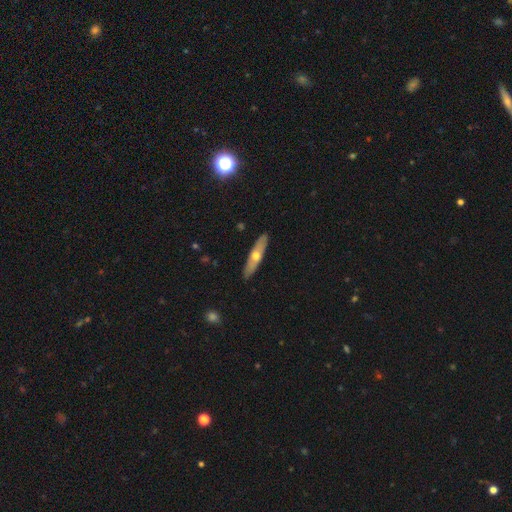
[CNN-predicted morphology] Q: Smooth or featured?
A: featured or disk (51%); runner-up: smooth (43%)
Q: Edge-on disk?
A: yes (77%); runner-up: no (23%)
Q: Merging?
A: none (90%); runner-up: minor disturbance (7%)